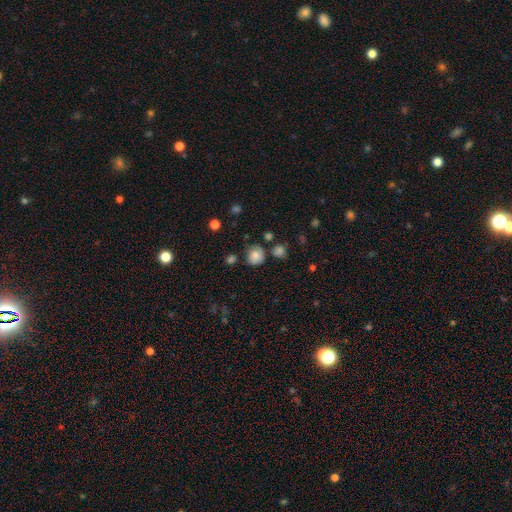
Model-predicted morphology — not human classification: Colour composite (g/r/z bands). It shows a smooth galaxy with no disk features (77%) that is round (79%). Merging: none (64%).